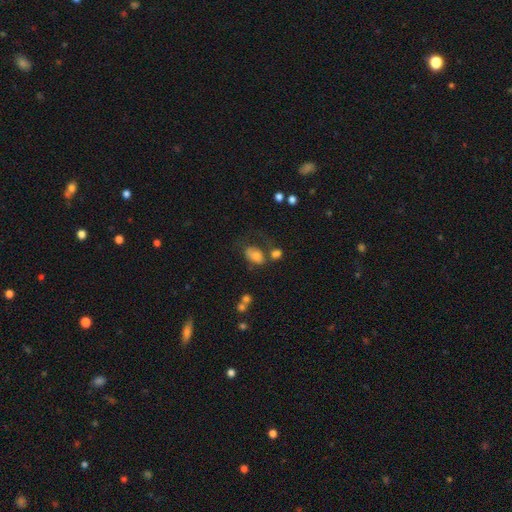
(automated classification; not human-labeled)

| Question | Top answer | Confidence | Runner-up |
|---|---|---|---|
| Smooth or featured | smooth | 73% | featured or disk (16%) |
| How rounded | in between | 85% | round (14%) |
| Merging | none | 43% | minor disturbance (21%) |